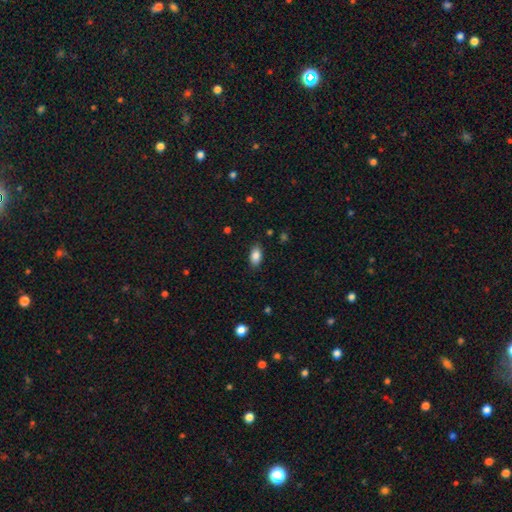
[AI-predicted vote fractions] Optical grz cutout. It shows a smooth galaxy with no disk features (87%) that is in between round and cigar-shaped (91%). Merging: none (86%).